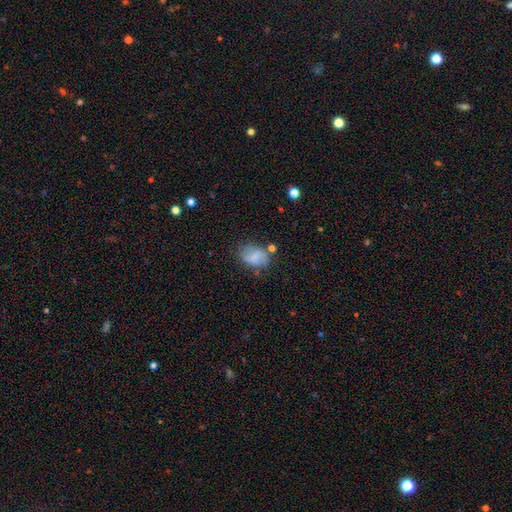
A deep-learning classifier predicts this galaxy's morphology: Smooth or featured?
  - smooth: 67% *
  - featured or disk: 23%
  - star or artifact: 9%
How rounded?
  - in between: 81% *
  - round: 18%
  - cigar-shaped: 2%
Merging?
  - none: 56% *
  - minor disturbance: 27%
  - major disturbance: 10%
  - merger: 7%